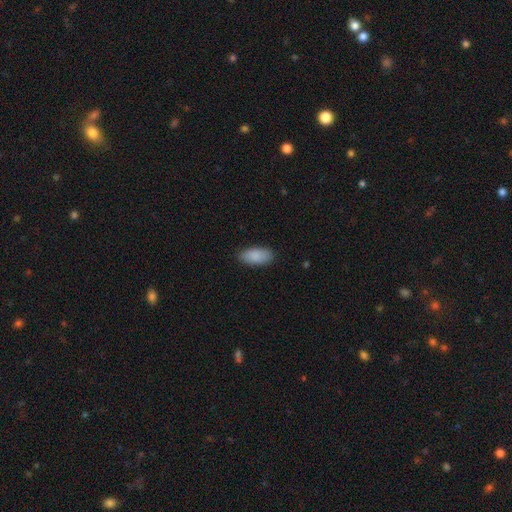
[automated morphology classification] type=smooth (89%); roundness=in between (91%); merging=none (85%).